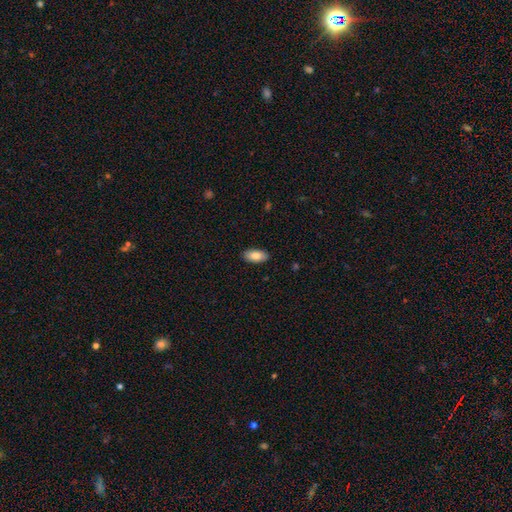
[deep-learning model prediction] A smooth galaxy with no disk features (84%) that is in between round and cigar-shaped (93%). Merging: none (89%).